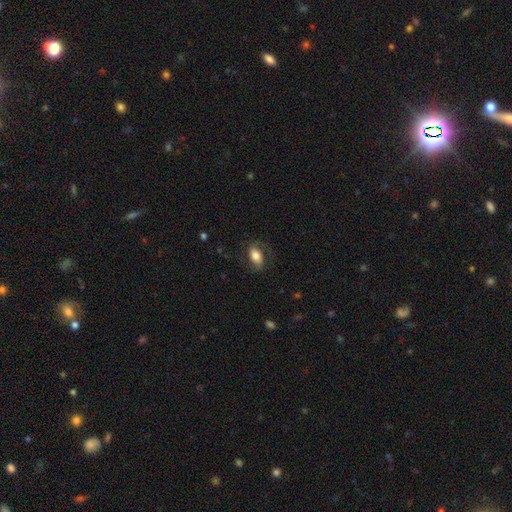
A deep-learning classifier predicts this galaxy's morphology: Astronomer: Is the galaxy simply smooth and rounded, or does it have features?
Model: smooth — 60%.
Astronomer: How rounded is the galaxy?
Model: in between — 89%.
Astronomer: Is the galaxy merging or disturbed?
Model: none — 67%.